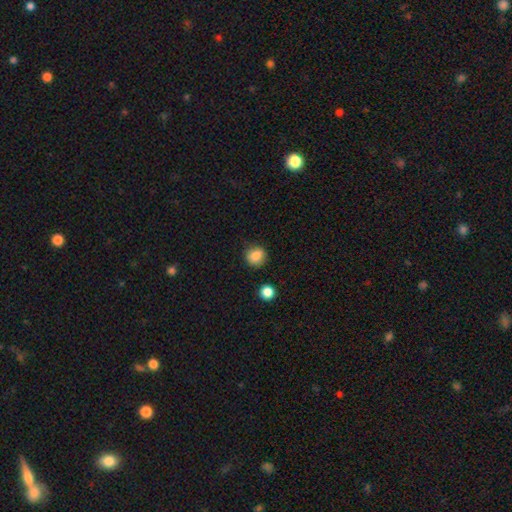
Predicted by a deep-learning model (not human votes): Smooth or featured?
  - smooth: 86% *
  - star or artifact: 10%
  - featured or disk: 4%
How rounded?
  - round: 80% *
  - in between: 19%
  - cigar-shaped: 1%
Merging?
  - none: 84% *
  - minor disturbance: 11%
  - major disturbance: 3%
  - merger: 2%